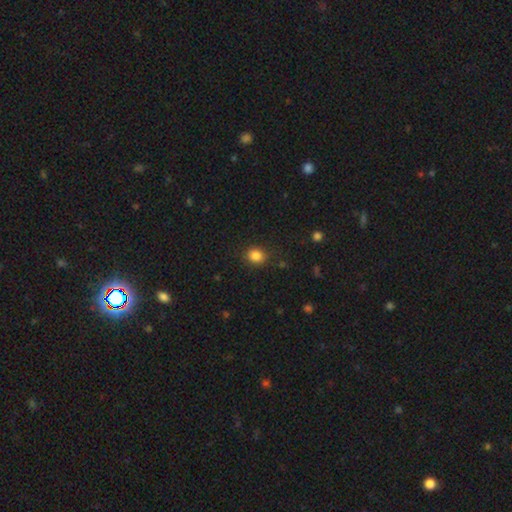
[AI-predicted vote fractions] Morphology: type=smooth (84%); roundness=round (73%); merging=none (86%).